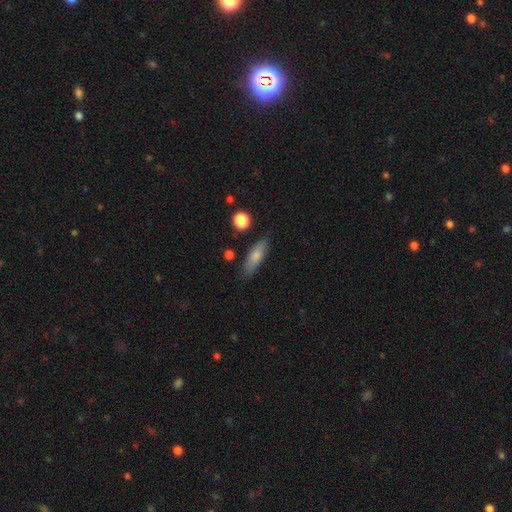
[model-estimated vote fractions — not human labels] The model was most divided on "how rounded": in between: 51%, cigar-shaped: 46%, round: 3%. More confident: merging — none (77%); smooth or featured — smooth (75%).